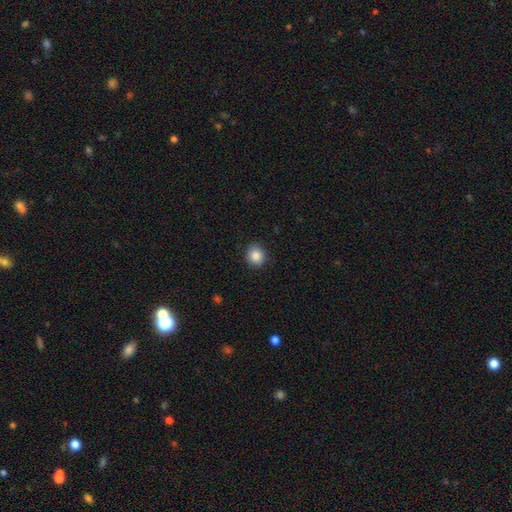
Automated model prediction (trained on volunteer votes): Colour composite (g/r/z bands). It shows a smooth galaxy with no disk features (86%) that is round (80%). Merging: none (88%).